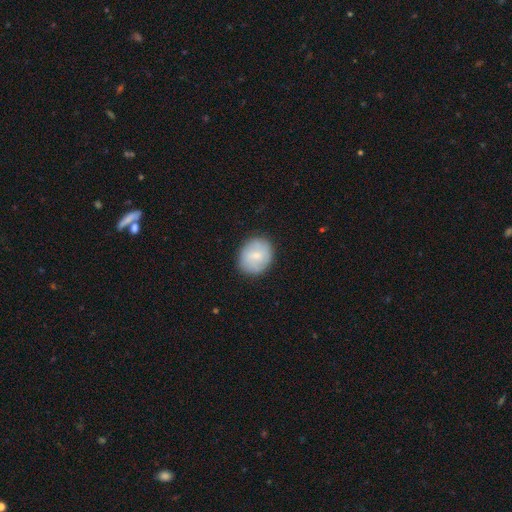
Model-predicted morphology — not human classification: This is likely a smooth galaxy (70%). How rounded: likely round (62%). Merging: clearly none (84%).